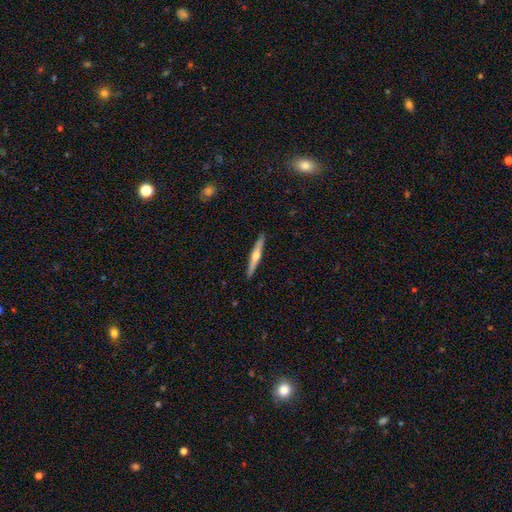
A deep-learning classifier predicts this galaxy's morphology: type=featured or disk (60%); edge-on=yes (97%); edge-on bulge=rounded (90%); merging=none (91%).